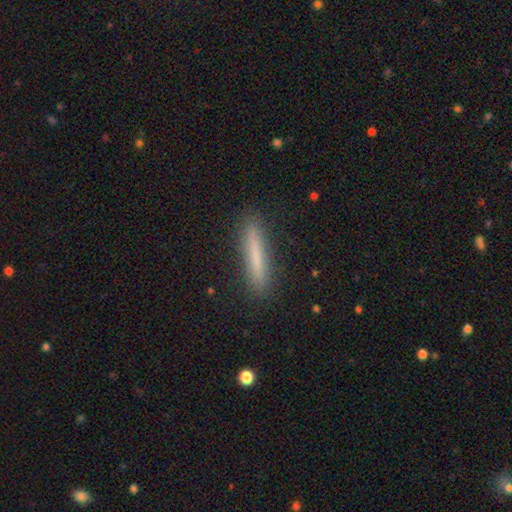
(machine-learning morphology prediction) This appears to be a smooth galaxy with no disk features (72%) that is cigar-shaped (94%). Merging: none (90%).